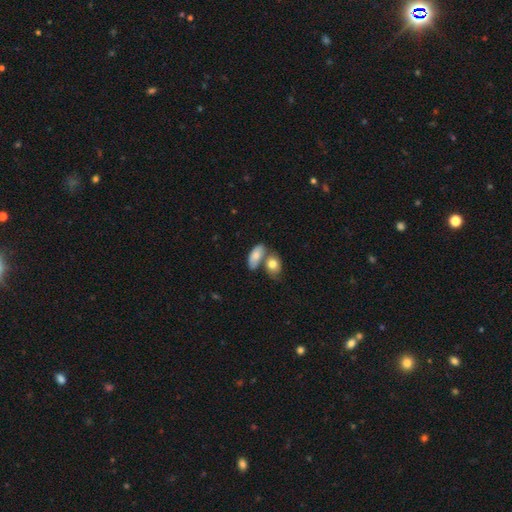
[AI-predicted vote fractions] smooth-or-featured: smooth: 75% | featured or disk: 19% | star or artifact: 6%
  how-rounded: in between: 87% | cigar-shaped: 7% | round: 6%
  merging: merger: 44% | none: 39% | minor disturbance: 13% | major disturbance: 5%